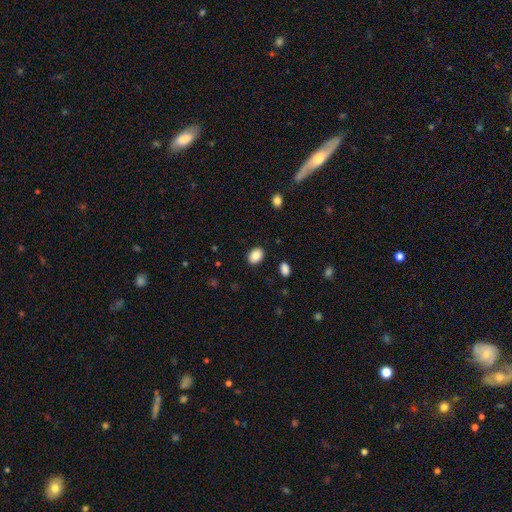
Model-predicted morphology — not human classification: Smooth or featured? smooth (88%)
How rounded? in between (77%)
Merging? none (88%)